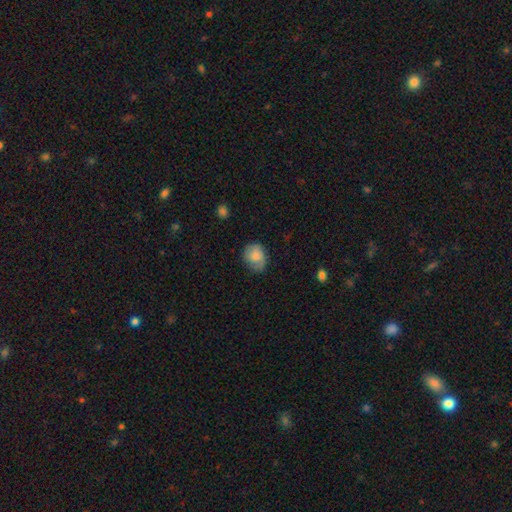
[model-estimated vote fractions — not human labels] Smooth or featured: smooth — 76% (featured or disk — 16%)
How rounded: round — 54% (in between — 45%)
Merging: none — 60% (minor disturbance — 29%)